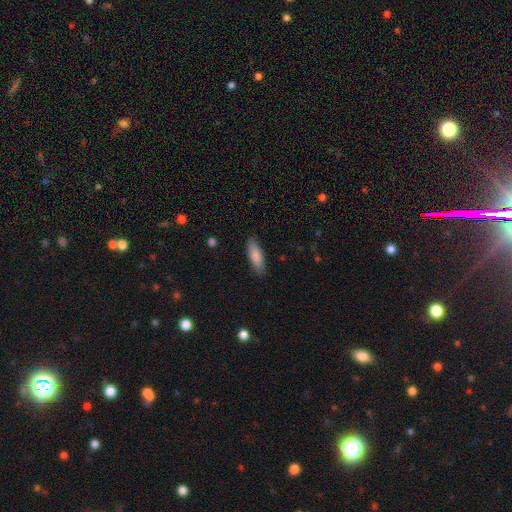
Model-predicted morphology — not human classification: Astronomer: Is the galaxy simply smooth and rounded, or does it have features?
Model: smooth — 85%.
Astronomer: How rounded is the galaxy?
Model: in between — 53% (runner-up: cigar-shaped, 46%).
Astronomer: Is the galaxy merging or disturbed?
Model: none — 86%.